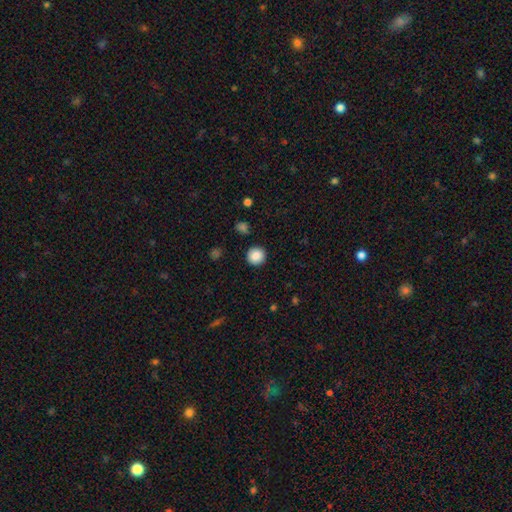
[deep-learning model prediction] Smooth or featured?
  - smooth: 88% *
  - star or artifact: 9%
  - featured or disk: 3%
How rounded?
  - round: 95% *
  - in between: 4%
  - cigar-shaped: 1%
Merging?
  - none: 92% *
  - minor disturbance: 5%
  - major disturbance: 2%
  - merger: 1%